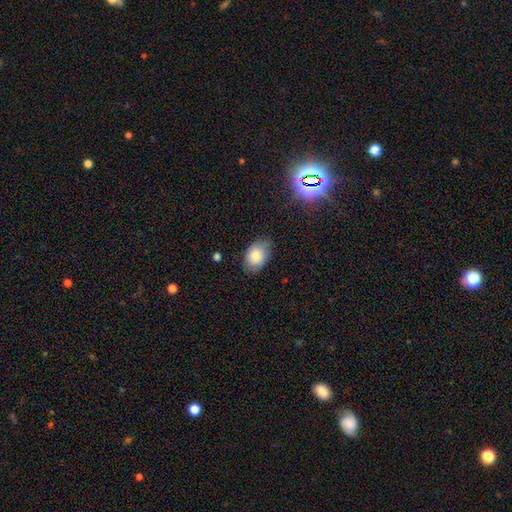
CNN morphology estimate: This appears to be a smooth galaxy with no disk features (81%) that is in between round and cigar-shaped (83%). Merging: none (76%).